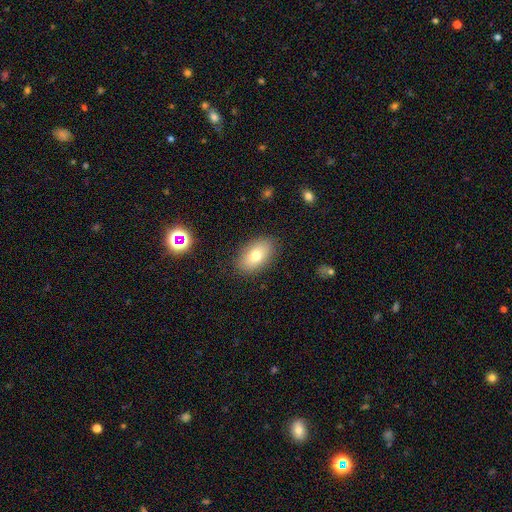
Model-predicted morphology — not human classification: Q: Smooth or featured?
A: smooth (74%); runner-up: featured or disk (17%)
Q: How rounded?
A: in between (90%); runner-up: round (8%)
Q: Merging?
A: none (86%); runner-up: minor disturbance (10%)